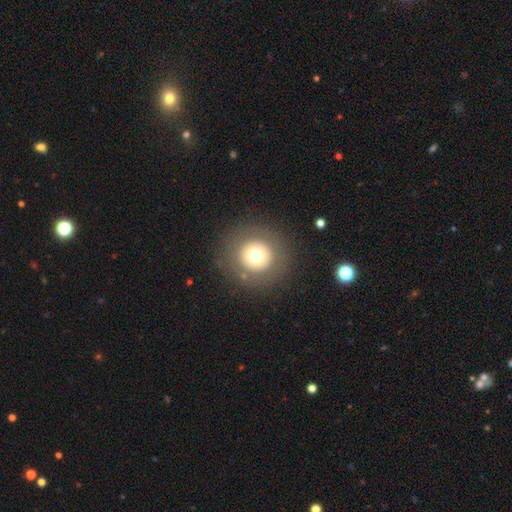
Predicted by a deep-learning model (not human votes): Smooth or featured? smooth (66%)
How rounded? round (95%)
Merging? none (88%)